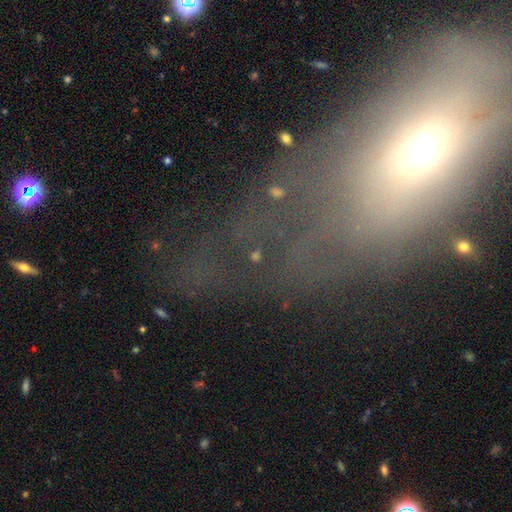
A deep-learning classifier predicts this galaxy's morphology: This is possibly a star or artifact rather than a galaxy (55%).